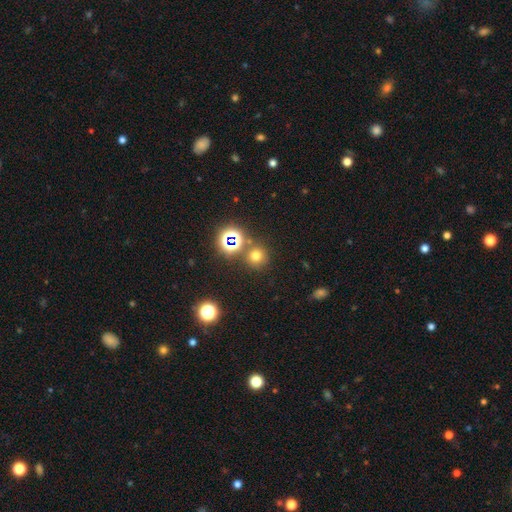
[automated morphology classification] This is likely a smooth galaxy (64%). How rounded: clearly round (91%). Merging: likely none (77%).